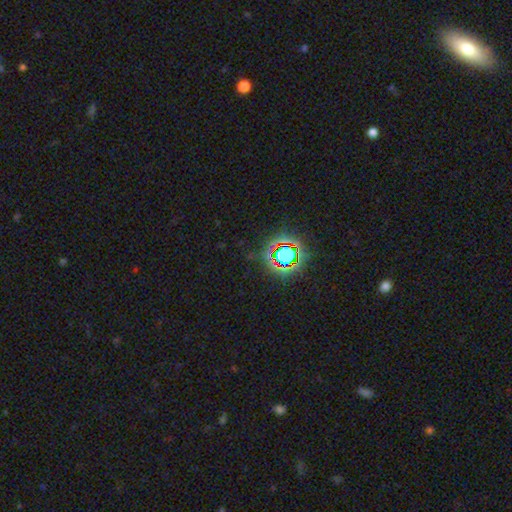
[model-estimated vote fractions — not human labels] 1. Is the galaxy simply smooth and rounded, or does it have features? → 78% star or artifact, 13% smooth, 9% featured or disk.